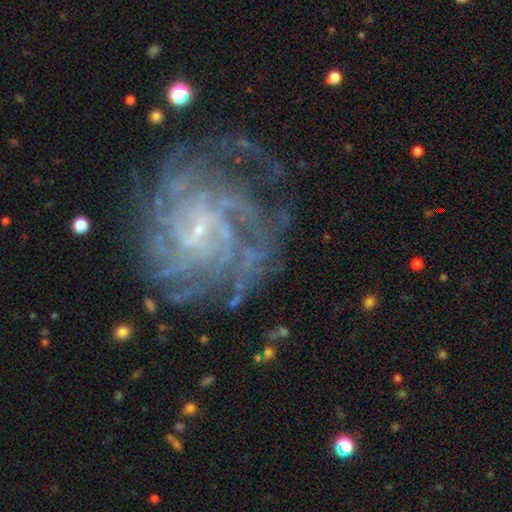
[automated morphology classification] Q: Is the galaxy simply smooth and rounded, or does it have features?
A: featured or disk — 89%.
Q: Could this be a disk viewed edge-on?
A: no — 98%.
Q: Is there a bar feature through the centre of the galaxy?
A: weak — 46%.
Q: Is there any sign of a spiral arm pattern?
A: yes — 97%.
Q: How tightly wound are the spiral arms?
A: tight — 62%.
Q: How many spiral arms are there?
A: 4 — 26%.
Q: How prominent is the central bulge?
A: small — 83%.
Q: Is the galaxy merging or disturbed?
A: none — 68%.